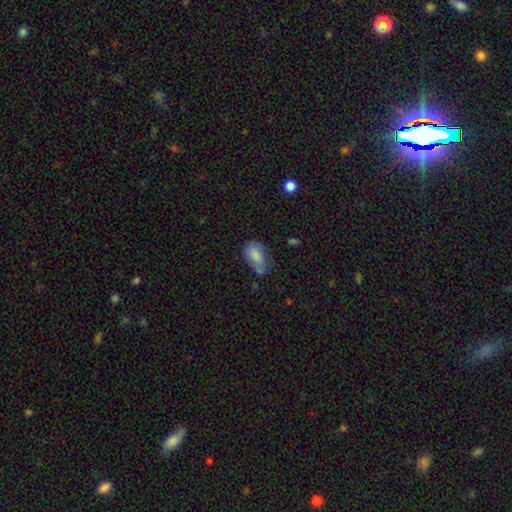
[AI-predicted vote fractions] smooth 75%, featured or disk 18%, star or artifact 8%. Down the decision tree: how rounded — in between (90%); merging — none (44%).